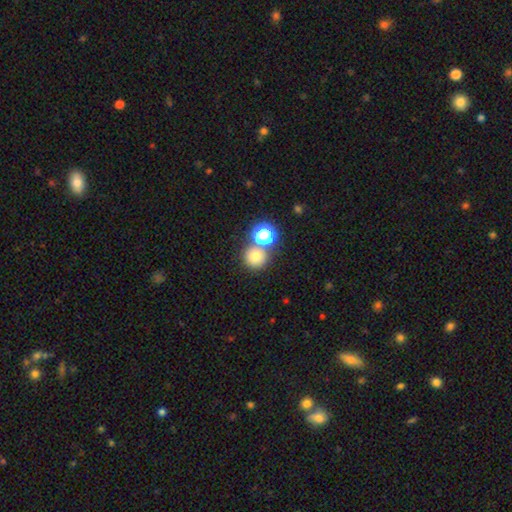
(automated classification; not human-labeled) The model was most divided on "merging": none: 64%, merger: 25%, minor disturbance: 7%, major disturbance: 3%. More confident: how rounded — round (92%); smooth or featured — smooth (74%).